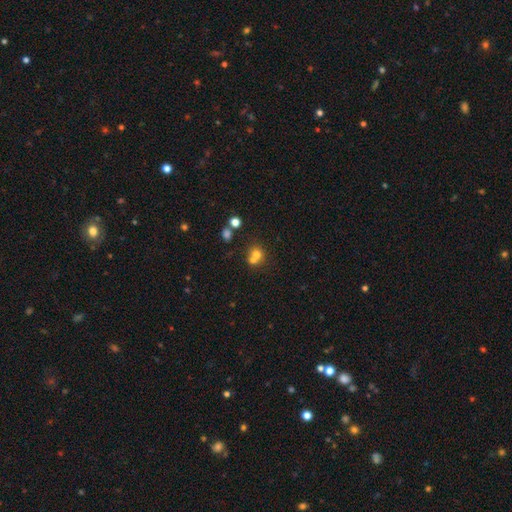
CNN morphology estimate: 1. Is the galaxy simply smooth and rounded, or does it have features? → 69% smooth, 16% star or artifact, 15% featured or disk.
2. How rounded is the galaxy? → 82% round, 17% in between, 1% cigar-shaped.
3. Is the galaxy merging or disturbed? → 51% merger, 40% none, 6% minor disturbance, 3% major disturbance.